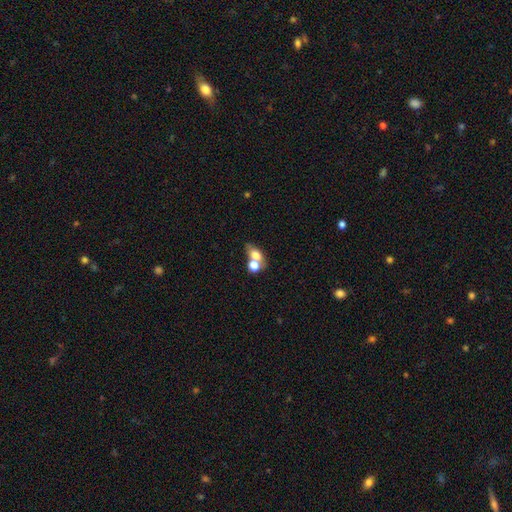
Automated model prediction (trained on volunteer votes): smooth 70%, featured or disk 19%, star or artifact 12%. Down the decision tree: how rounded — in between (69%); merging — merger (54%).